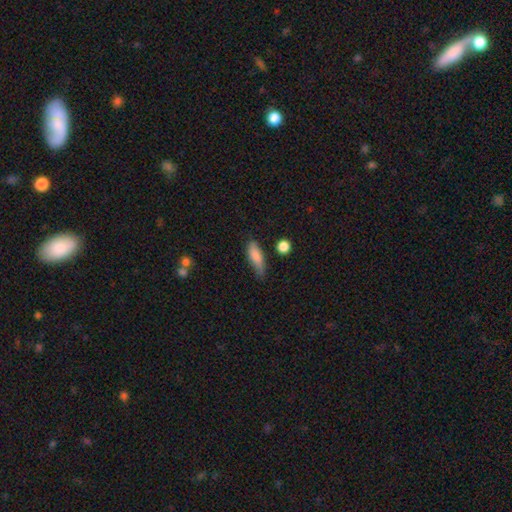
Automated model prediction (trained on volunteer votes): Overall: smooth (81%). How rounded: in between (57%; cigar-shaped 40%). Merging: none (60%; minor disturbance 30%).